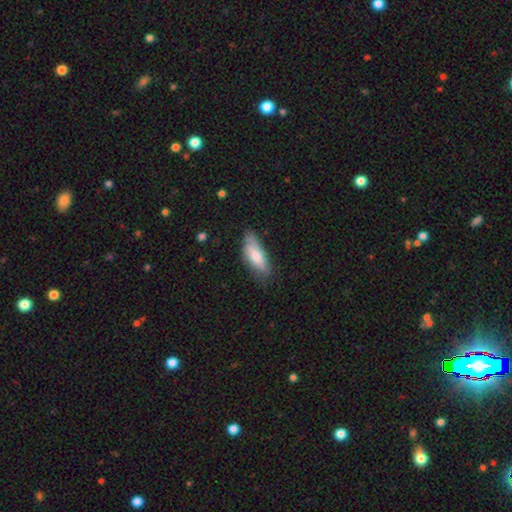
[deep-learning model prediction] Q: Smooth or featured?
A: smooth (71%); runner-up: featured or disk (23%)
Q: How rounded?
A: in between (66%); runner-up: cigar-shaped (32%)
Q: Merging?
A: none (66%); runner-up: minor disturbance (26%)